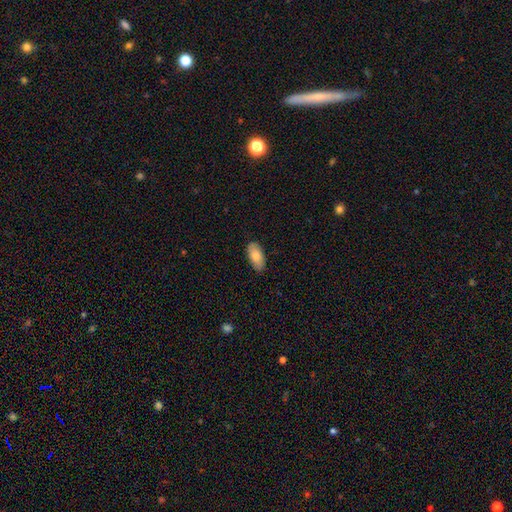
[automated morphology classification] A smooth galaxy with no disk features (80%) that is in between round and cigar-shaped (93%). Merging: none (85%).